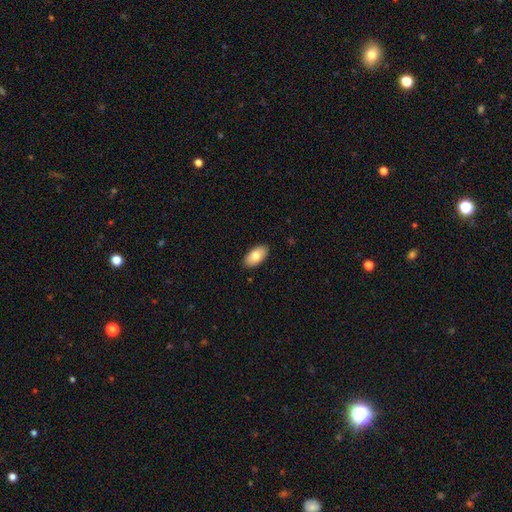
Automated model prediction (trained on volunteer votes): smooth_or_featured: smooth (p=0.80) [alt: featured or disk p=0.14]
how_rounded: in between (p=0.95) [alt: round p=0.03]
merging: none (p=0.89) [alt: minor disturbance p=0.09]